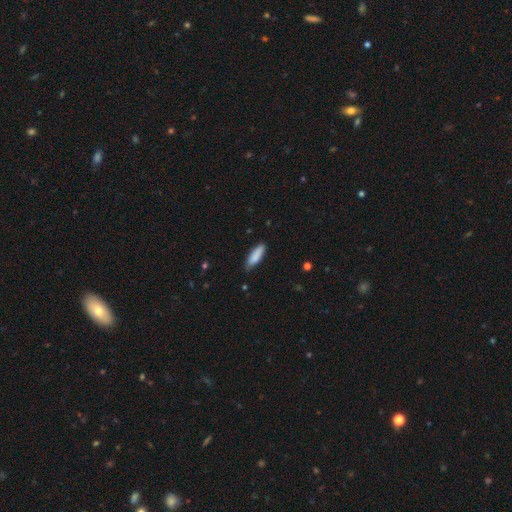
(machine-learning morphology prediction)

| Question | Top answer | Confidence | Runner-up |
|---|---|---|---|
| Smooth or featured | smooth | 85% | featured or disk (9%) |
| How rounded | cigar-shaped | 51% | in between (47%) |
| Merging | none | 78% | minor disturbance (18%) |